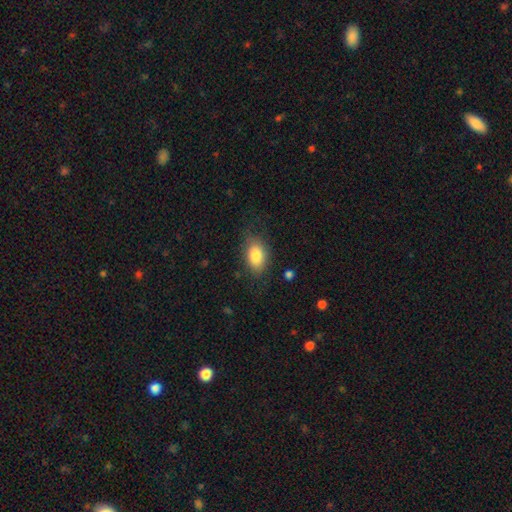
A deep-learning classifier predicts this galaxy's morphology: smooth_or_featured: smooth (p=0.84) [alt: featured or disk p=0.09]
how_rounded: in between (p=0.88) [alt: round p=0.10]
merging: none (p=0.77) [alt: minor disturbance p=0.16]